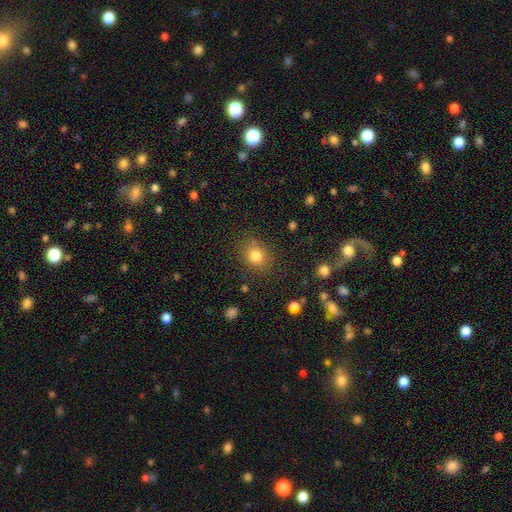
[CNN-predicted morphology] smooth 80%, star or artifact 12%, featured or disk 7%. Down the decision tree: how rounded — round (60%); merging — none (80%).